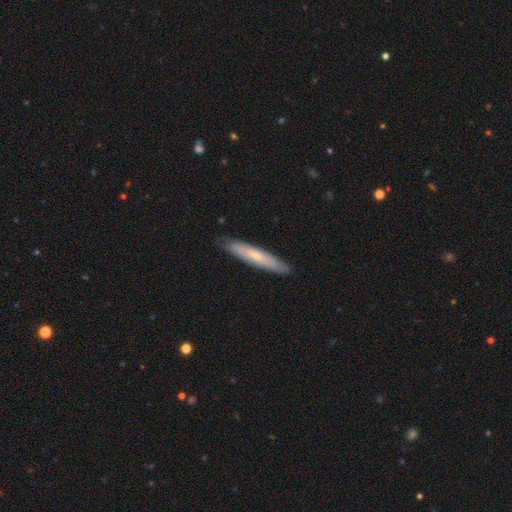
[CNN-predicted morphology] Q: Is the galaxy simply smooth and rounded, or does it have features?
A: smooth — 57%.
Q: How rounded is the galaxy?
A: cigar-shaped — 91%.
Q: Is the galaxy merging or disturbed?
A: none — 87%.